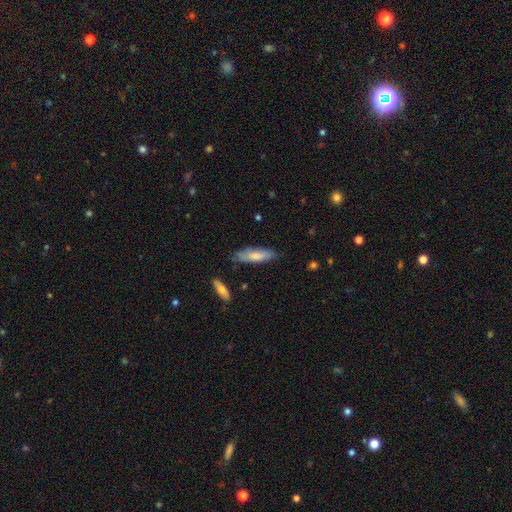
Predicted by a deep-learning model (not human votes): Overall: smooth (74%). How rounded: cigar-shaped (51%; in between 48%). Merging: none (75%).